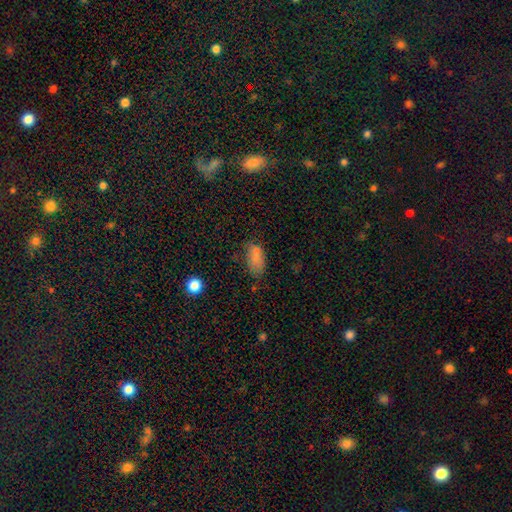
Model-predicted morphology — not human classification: The model was most divided on "merging": none: 49%, minor disturbance: 22%, merger: 18%, major disturbance: 10%. More confident: how rounded — in between (88%); smooth or featured — smooth (75%).